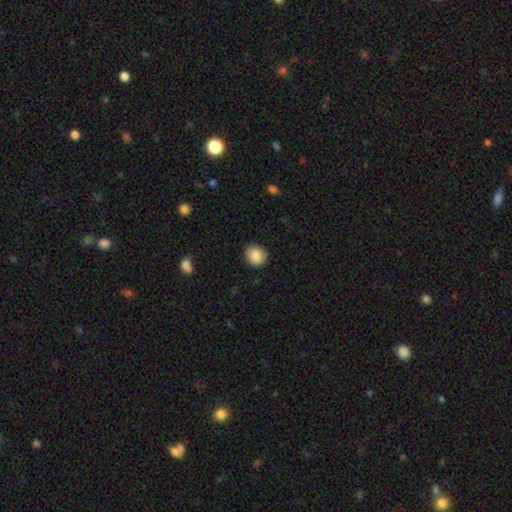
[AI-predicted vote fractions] Overall: smooth (87%). How rounded: round (72%). Merging: none (86%).